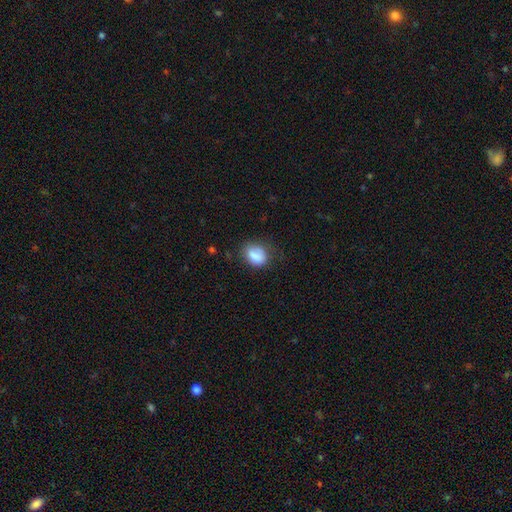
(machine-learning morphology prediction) smooth_or_featured: smooth (p=0.82) [alt: featured or disk p=0.09]
how_rounded: in between (p=0.61) [alt: round p=0.37]
merging: none (p=0.60) [alt: minor disturbance p=0.27]